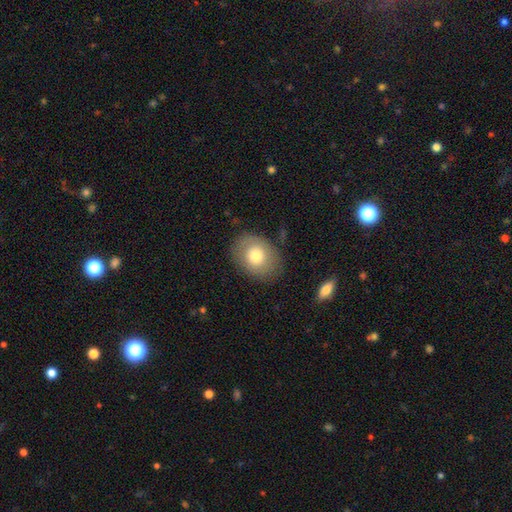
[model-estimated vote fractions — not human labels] Smooth or featured? Predicted: smooth (p=0.74). How rounded? Predicted: in between (p=0.62). Merging? Predicted: none (p=0.80).